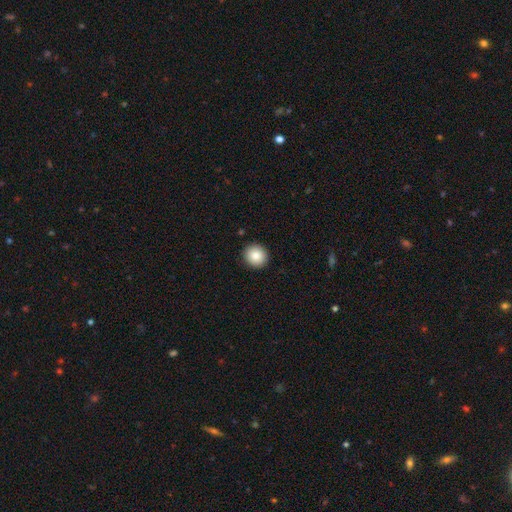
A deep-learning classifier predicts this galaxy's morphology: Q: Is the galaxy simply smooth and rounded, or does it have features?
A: smooth — 86%.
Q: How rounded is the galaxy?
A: round — 93%.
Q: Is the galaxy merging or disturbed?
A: none — 92%.